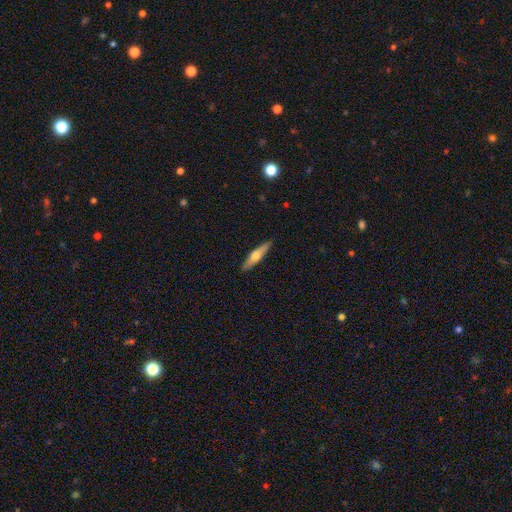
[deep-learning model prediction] Morphology: type=featured or disk (47%, tied with smooth); merging=none (89%).